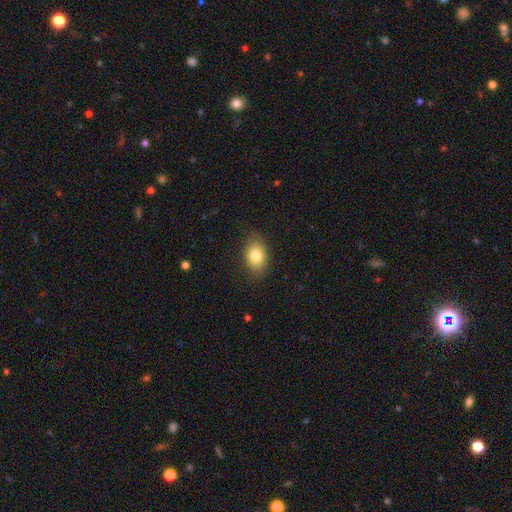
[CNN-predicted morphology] A smooth galaxy with no disk features (81%) that is in between round and cigar-shaped (80%).

Vote fractions:
- Smooth or featured? smooth: 81% / featured or disk: 11% / star or artifact: 8%
- How rounded? in between: 80% / round: 19% / cigar-shaped: 1%
- Merging? none: 83% / minor disturbance: 13% / major disturbance: 3% / merger: 1%